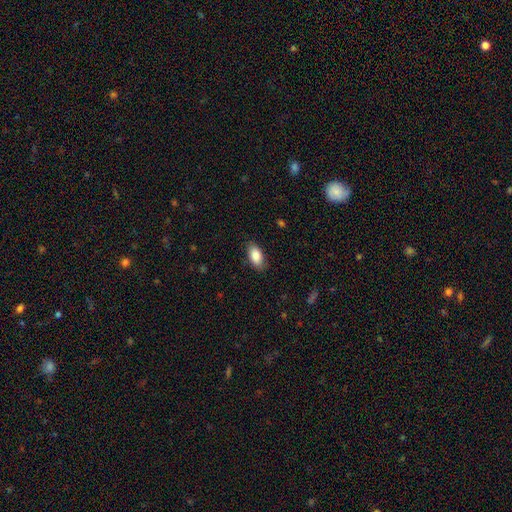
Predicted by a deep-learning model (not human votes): smooth_or_featured: smooth (p=0.87) [alt: star or artifact p=0.07]
how_rounded: in between (p=0.92) [alt: round p=0.04]
merging: none (p=0.84) [alt: minor disturbance p=0.12]